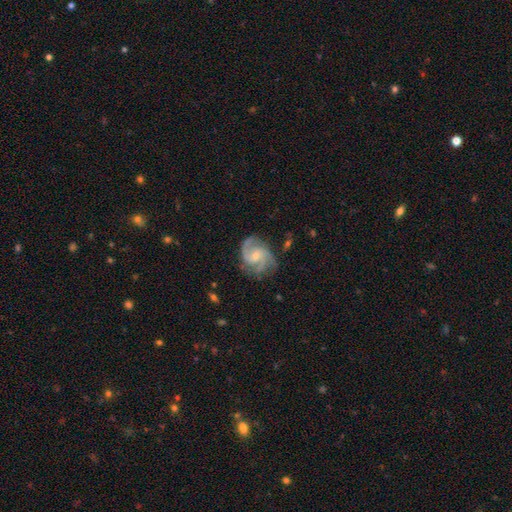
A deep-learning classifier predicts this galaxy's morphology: Smooth or featured: featured or disk — 88% (smooth — 7%)
Edge-on disk: no — 98% (yes — 2%)
Bar: no — 54% (weak — 39%)
Spiral arms: yes — 98% (no — 2%)
Spiral winding: medium — 54% (tight — 31%)
Spiral arm count: 3 — 46% (2 — 31%)
Bulge size: small — 61% (moderate — 34%)
Merging: none — 70% (minor disturbance — 20%)